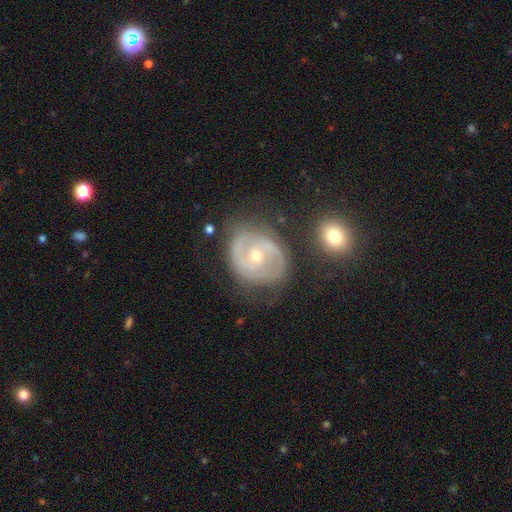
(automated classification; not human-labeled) The model was most divided on "bulge size": moderate: 52%, small: 45%, large: 1%, none: 1%, dominant: 1%. Remaining: edge-on disk — no (98%); spiral arms — yes (94%); smooth or featured — featured or disk (87%); spiral arm count — 2 (78%); merging — none (71%); bar — no (52%); spiral winding — tight (49%).